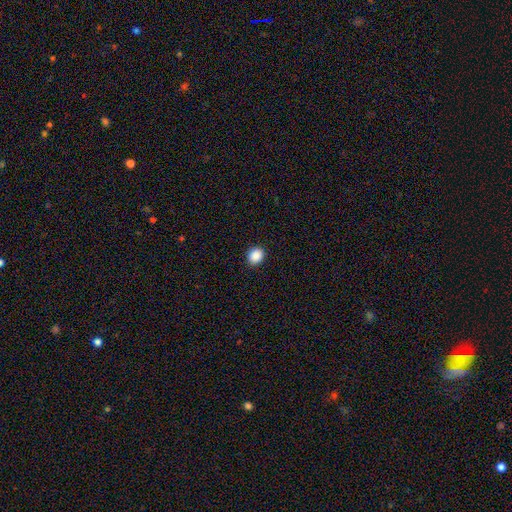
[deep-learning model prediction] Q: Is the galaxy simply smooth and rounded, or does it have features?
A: smooth — 89%.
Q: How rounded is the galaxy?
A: round — 68%.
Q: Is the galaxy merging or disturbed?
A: none — 91%.